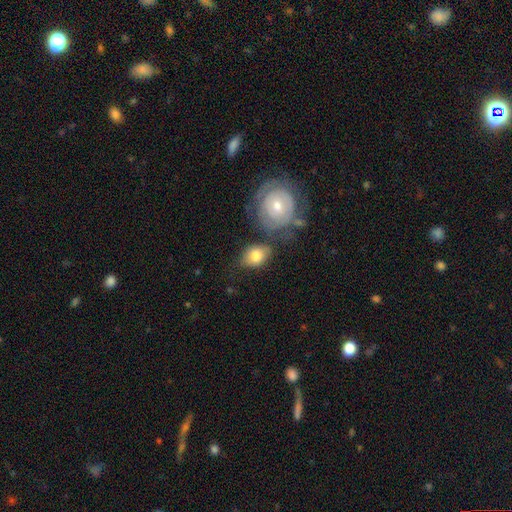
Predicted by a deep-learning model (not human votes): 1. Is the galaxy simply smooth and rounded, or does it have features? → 72% smooth, 22% featured or disk, 6% star or artifact.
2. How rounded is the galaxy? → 66% in between, 32% round, 1% cigar-shaped.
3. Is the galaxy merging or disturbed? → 57% none, 19% minor disturbance, 16% merger, 8% major disturbance.